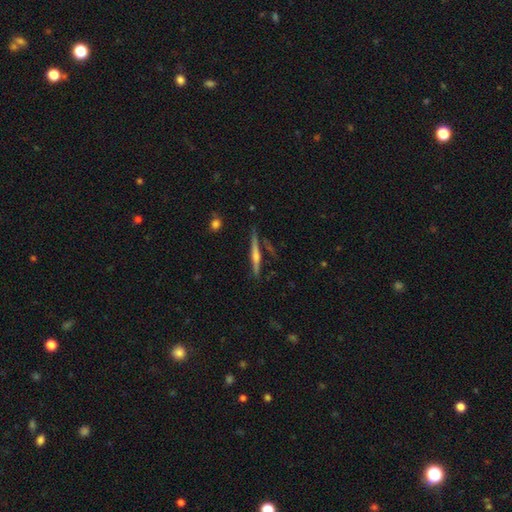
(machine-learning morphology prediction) type=featured or disk (73%); edge-on=yes (97%); edge-on bulge=rounded (73%); merging=none (84%).